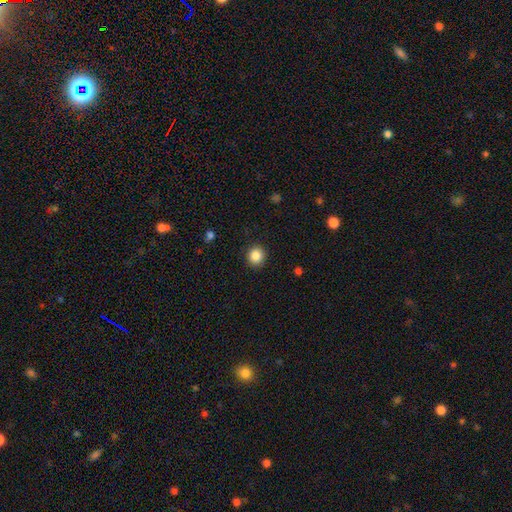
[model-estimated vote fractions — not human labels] This is clearly a smooth galaxy (86%). How rounded: clearly round (89%). Merging: clearly none (91%).